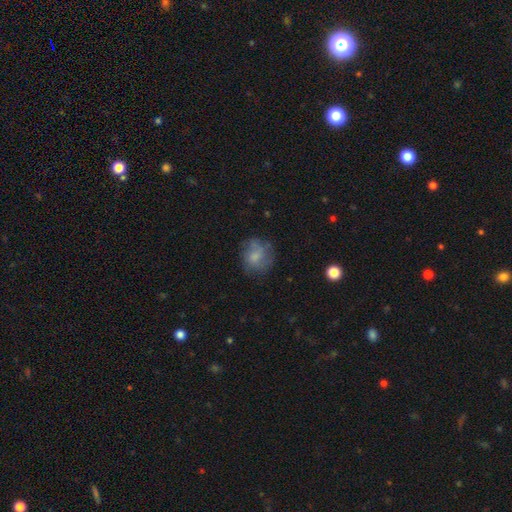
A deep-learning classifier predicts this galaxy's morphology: Smooth or featured?
  - smooth: 60% *
  - featured or disk: 30%
  - star or artifact: 10%
How rounded?
  - round: 74% *
  - in between: 25%
  - cigar-shaped: 1%
Merging?
  - none: 63% *
  - minor disturbance: 23%
  - major disturbance: 12%
  - merger: 2%